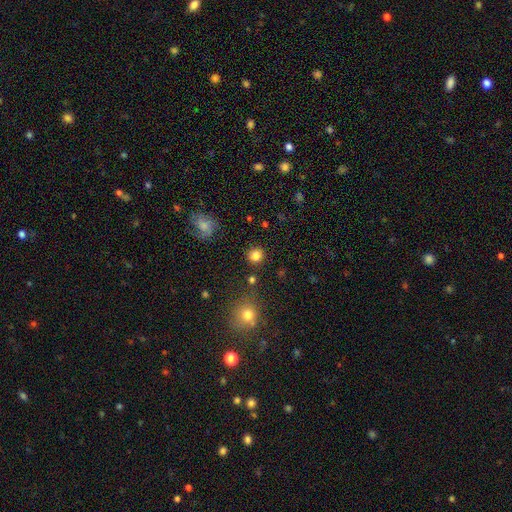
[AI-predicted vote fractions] This appears to be a smooth galaxy with no disk features (83%) that is round (90%). Merging: none (88%).